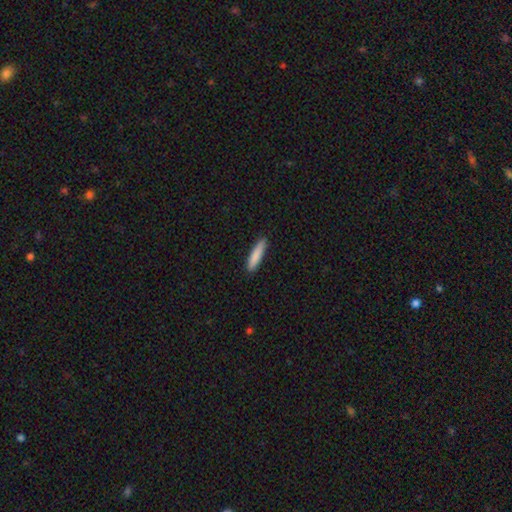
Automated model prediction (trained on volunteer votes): smooth 86%, featured or disk 8%, star or artifact 6%. Down the decision tree: how rounded — cigar-shaped (85%); merging — none (87%).